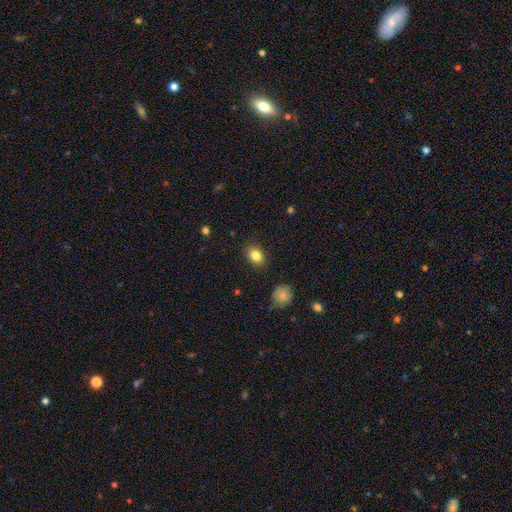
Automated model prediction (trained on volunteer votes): Smooth or featured? Predicted: smooth (p=0.83). How rounded? Predicted: in between (p=0.66). Merging? Predicted: none (p=0.87).